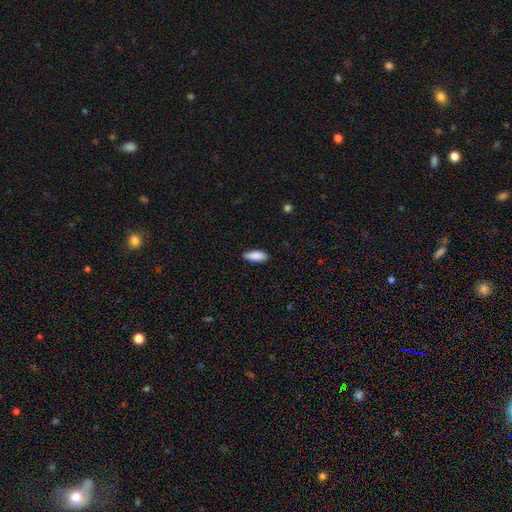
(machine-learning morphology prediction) This is clearly a smooth galaxy (88%). How rounded: likely in between (78%). Merging: clearly none (87%).